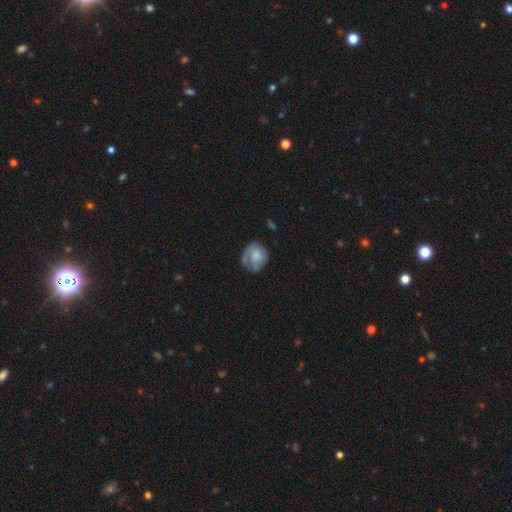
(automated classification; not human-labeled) Smooth or featured?
  - smooth: 57% *
  - featured or disk: 36%
  - star or artifact: 7%
How rounded?
  - round: 74% *
  - in between: 25%
  - cigar-shaped: 1%
Merging?
  - none: 55% *
  - minor disturbance: 28%
  - major disturbance: 14%
  - merger: 3%